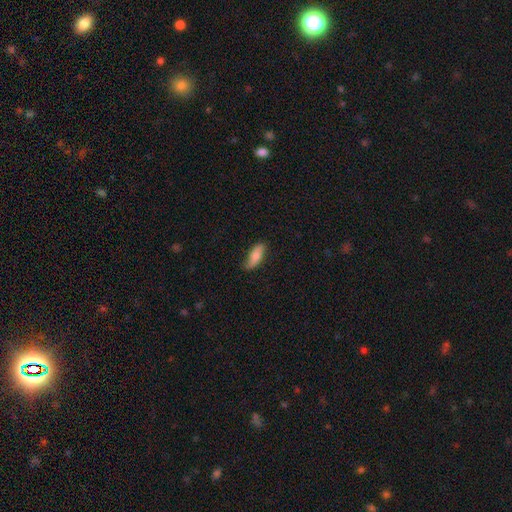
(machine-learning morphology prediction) Overall: smooth (71%). How rounded: in between (68%; cigar-shaped 29%). Merging: none (72%).